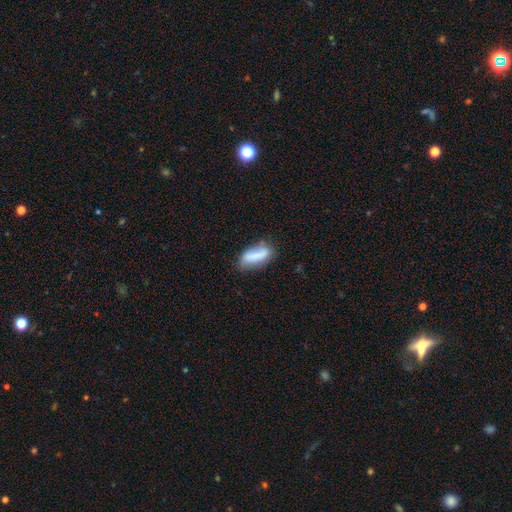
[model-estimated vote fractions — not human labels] smooth_or_featured: smooth (p=0.73) [alt: featured or disk p=0.20]
how_rounded: in between (p=0.72) [alt: cigar-shaped p=0.25]
merging: none (p=0.58) [alt: minor disturbance p=0.27]